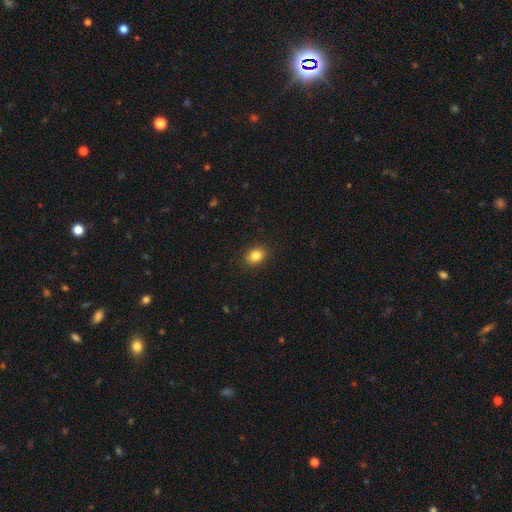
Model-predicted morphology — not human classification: type=smooth (84%); roundness=in between (59%); merging=none (89%).